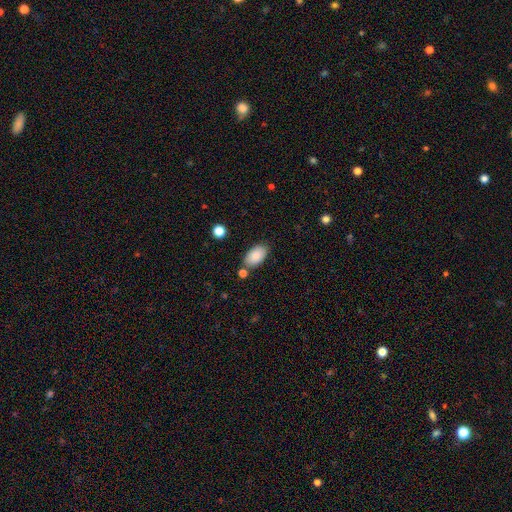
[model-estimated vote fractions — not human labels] Overall: smooth (86%). How rounded: in between (94%). Merging: none (77%).